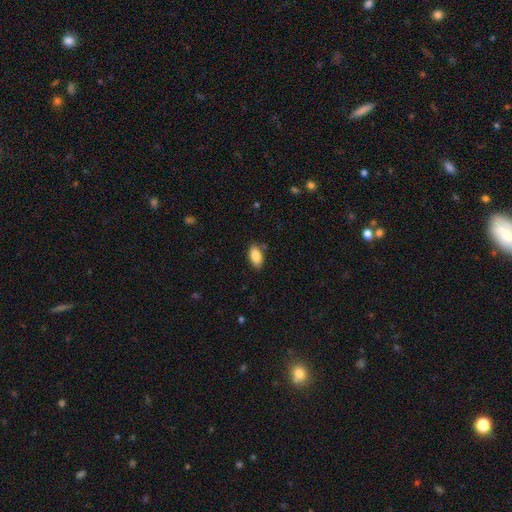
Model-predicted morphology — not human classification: This is clearly a smooth galaxy (87%). How rounded: clearly in between (93%). Merging: clearly none (82%).